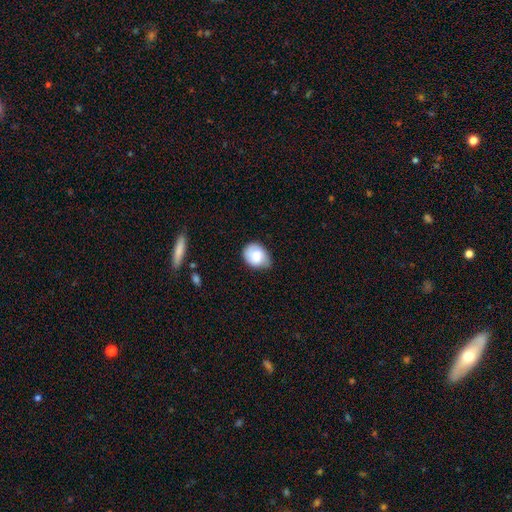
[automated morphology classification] Overall: smooth (79%). How rounded: in between (52%; round 47%). Merging: none (55%; minor disturbance 36%).